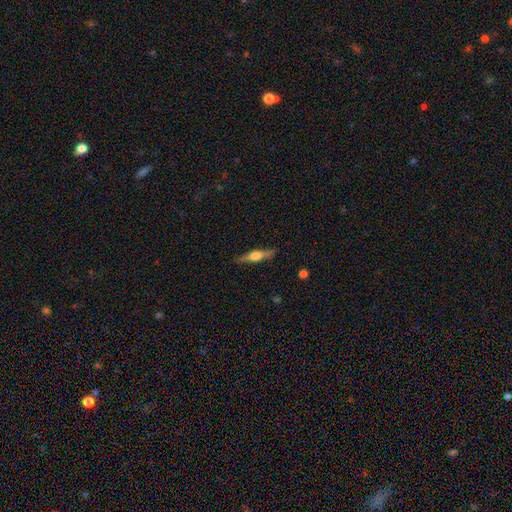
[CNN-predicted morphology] Overall: featured or disk (64%; smooth 30%). Edge-on disk: yes (96%). Edge-on bulge: rounded (89%). Merging: none (85%).